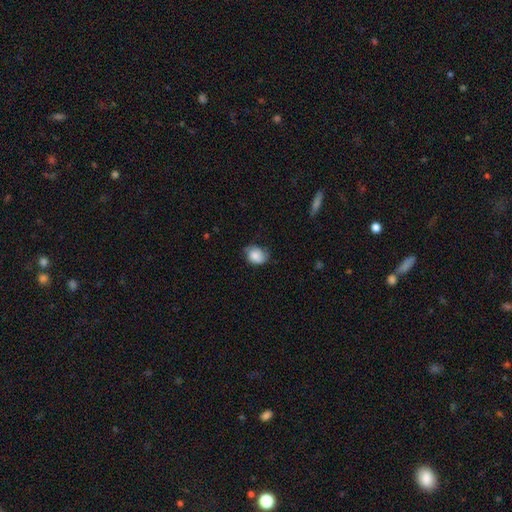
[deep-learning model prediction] Smooth or featured? smooth (77%)
How rounded? in between (54%)
Merging? none (57%)